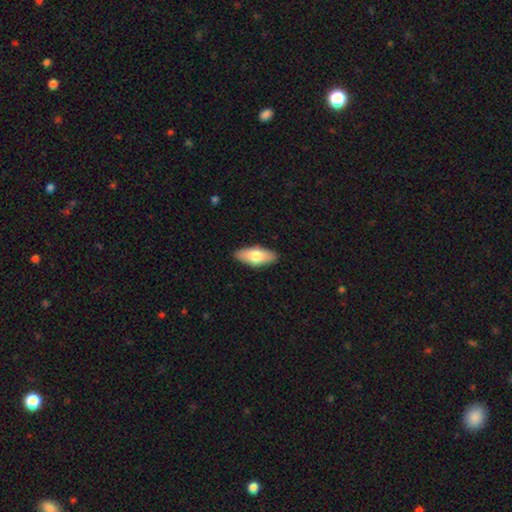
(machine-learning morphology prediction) This is likely a smooth galaxy (75%). How rounded: clearly in between (82%). Merging: clearly none (88%).